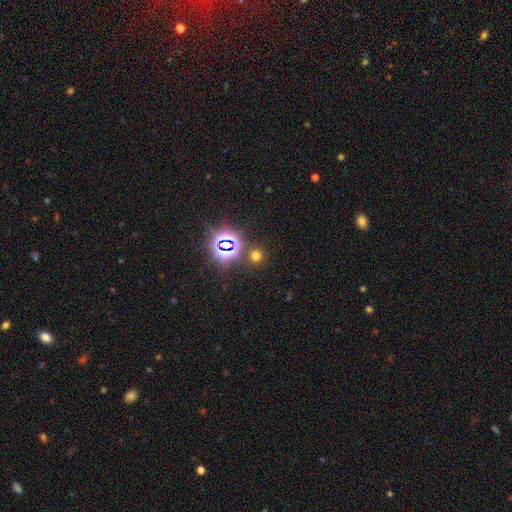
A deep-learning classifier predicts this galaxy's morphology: Smooth or featured?
  - smooth: 56% *
  - star or artifact: 37%
  - featured or disk: 7%
How rounded?
  - round: 89% *
  - in between: 10%
  - cigar-shaped: 1%
Merging?
  - none: 82% *
  - merger: 7%
  - minor disturbance: 7%
  - major disturbance: 4%